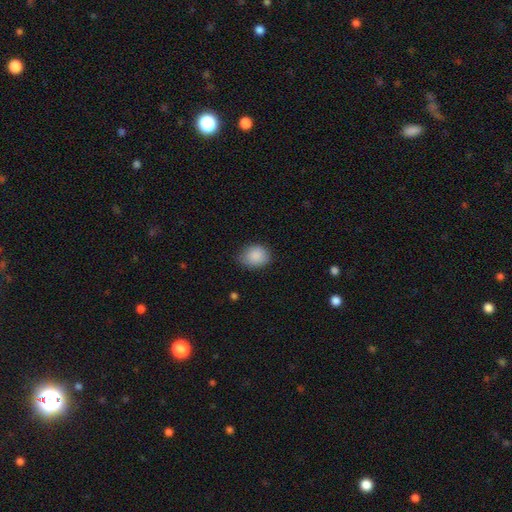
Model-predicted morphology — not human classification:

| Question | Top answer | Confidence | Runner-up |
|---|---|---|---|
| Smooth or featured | smooth | 88% | star or artifact (8%) |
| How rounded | in between | 51% | round (49%) |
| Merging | none | 74% | minor disturbance (21%) |